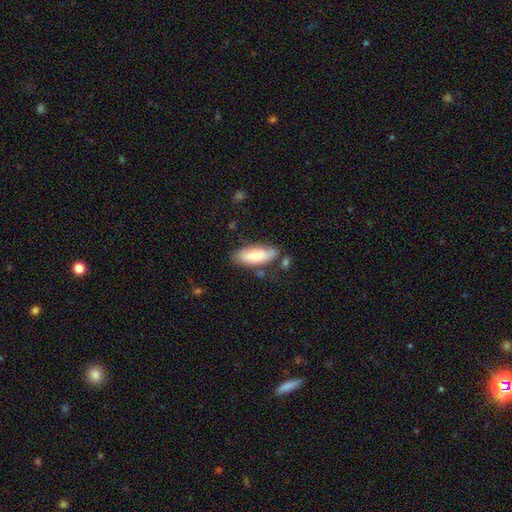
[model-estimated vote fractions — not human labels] The model was most divided on "merging": none: 69%, minor disturbance: 20%, merger: 6%, major disturbance: 5%. More confident: how rounded — in between (74%); smooth or featured — smooth (72%).